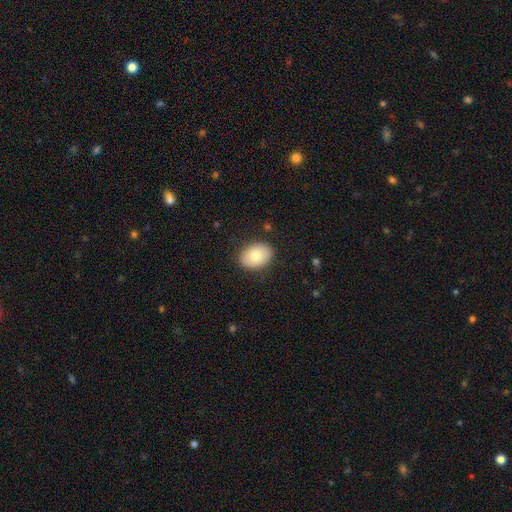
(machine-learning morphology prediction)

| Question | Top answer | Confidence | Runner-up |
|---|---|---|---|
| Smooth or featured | smooth | 79% | featured or disk (14%) |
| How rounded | in between | 77% | round (22%) |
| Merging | none | 87% | minor disturbance (10%) |